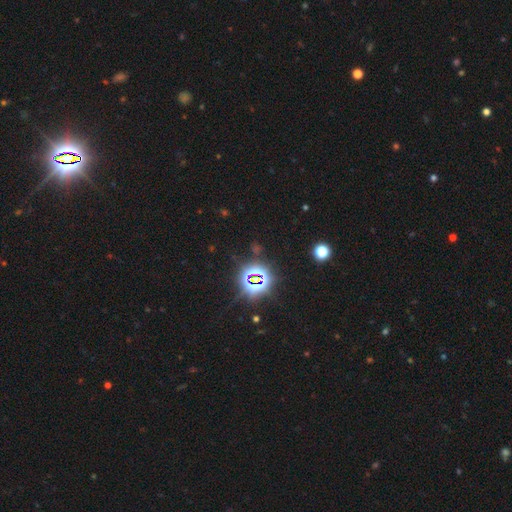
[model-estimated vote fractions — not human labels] Smooth or featured?
  - star or artifact: 80% *
  - smooth: 13%
  - featured or disk: 7%